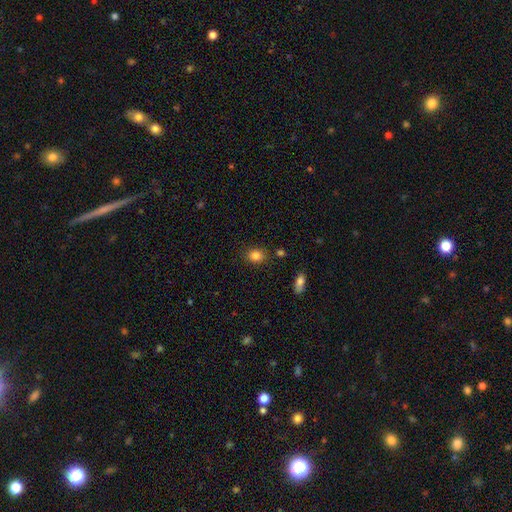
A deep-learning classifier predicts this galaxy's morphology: Smooth or featured: smooth — 85% (star or artifact — 10%)
How rounded: round — 55% (in between — 44%)
Merging: none — 84% (minor disturbance — 10%)